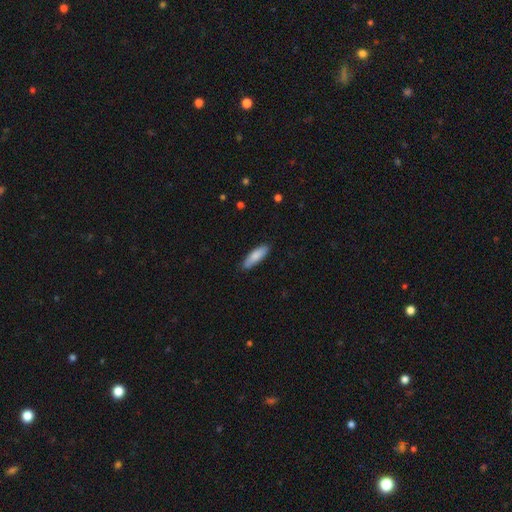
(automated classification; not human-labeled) Smooth or featured? smooth (82%)
How rounded? cigar-shaped (55%)
Merging? none (84%)